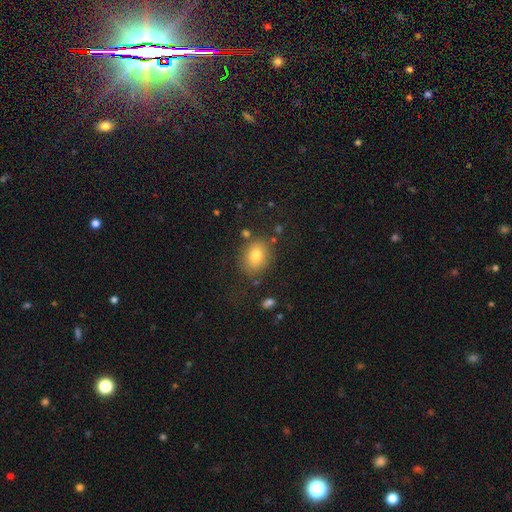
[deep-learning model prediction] This appears to be a smooth galaxy with no disk features (77%) that is in between round and cigar-shaped (51%). Merging: none (79%).